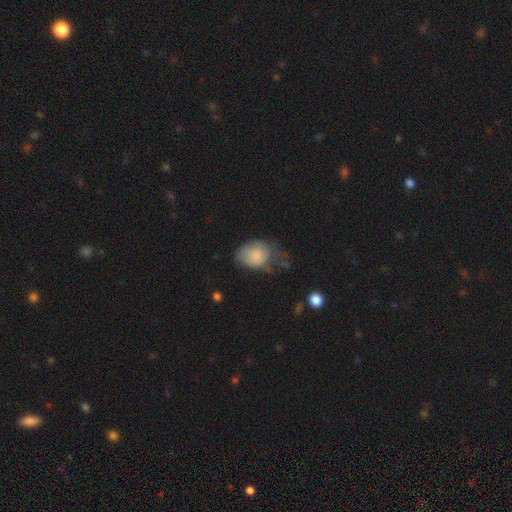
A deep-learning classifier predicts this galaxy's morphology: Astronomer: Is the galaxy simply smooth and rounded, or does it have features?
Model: smooth — 71%.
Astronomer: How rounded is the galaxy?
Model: in between — 62%.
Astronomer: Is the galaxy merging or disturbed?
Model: major disturbance — 35%, tied with minor disturbance at 35%.